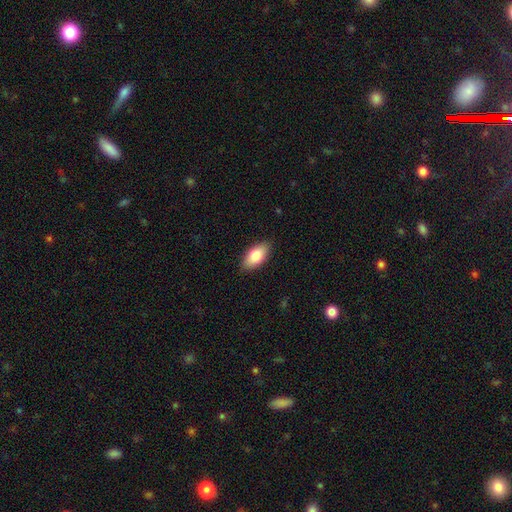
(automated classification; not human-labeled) This is clearly a smooth galaxy (82%). How rounded: clearly in between (92%). Merging: clearly none (88%).